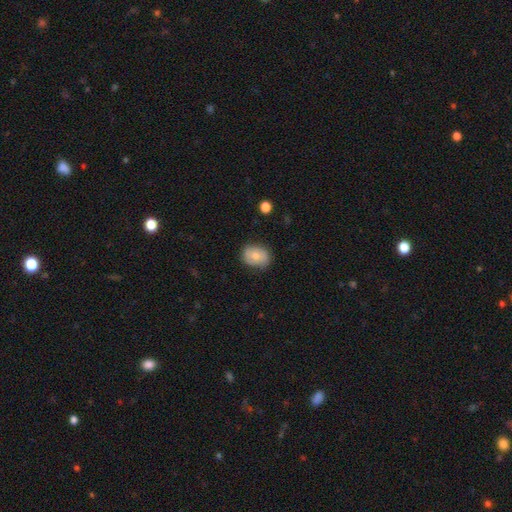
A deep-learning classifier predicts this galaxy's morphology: smooth_or_featured: smooth (p=0.71) [alt: featured or disk p=0.21]
how_rounded: in between (p=0.57) [alt: round p=0.42]
merging: none (p=0.77) [alt: minor disturbance p=0.18]